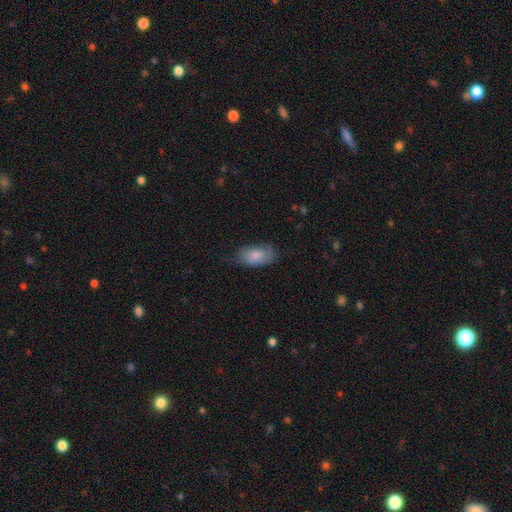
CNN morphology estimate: Q: Smooth or featured?
A: smooth (81%); runner-up: featured or disk (13%)
Q: How rounded?
A: in between (94%); runner-up: round (3%)
Q: Merging?
A: none (63%); runner-up: minor disturbance (28%)